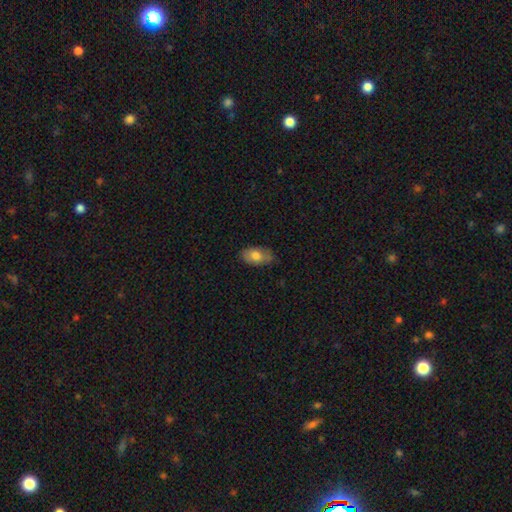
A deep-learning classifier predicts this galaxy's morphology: smooth-or-featured: smooth: 76% | featured or disk: 16% | star or artifact: 7%
  how-rounded: in between: 92% | round: 6% | cigar-shaped: 2%
  merging: none: 79% | minor disturbance: 18% | major disturbance: 3% | merger: 1%